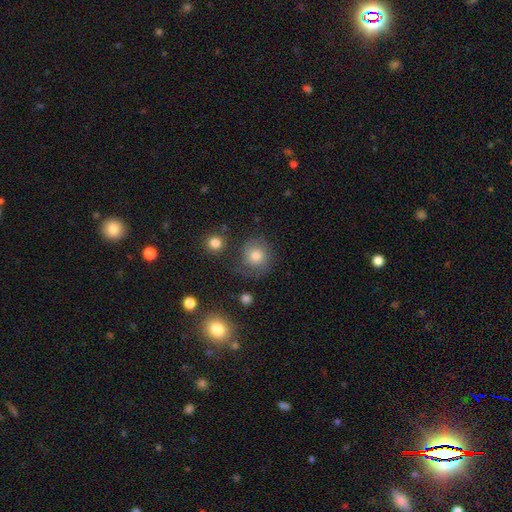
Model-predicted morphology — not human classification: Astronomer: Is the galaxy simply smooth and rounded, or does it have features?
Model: smooth — 67%.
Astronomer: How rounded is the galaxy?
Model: round — 86%.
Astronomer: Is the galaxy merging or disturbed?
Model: none — 63%.